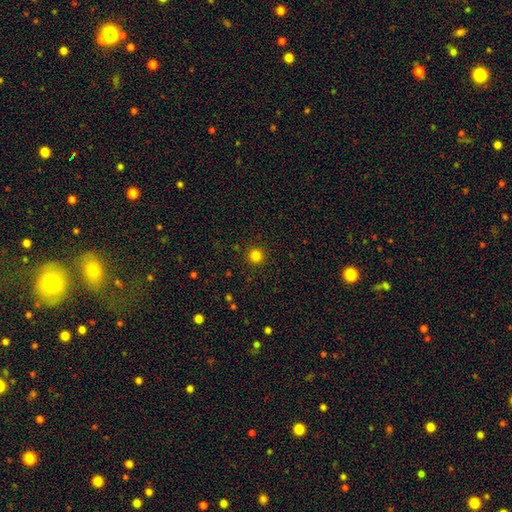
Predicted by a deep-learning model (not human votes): Smooth or featured? Predicted: smooth (p=0.82). How rounded? Predicted: round (p=0.95). Merging? Predicted: none (p=0.92).